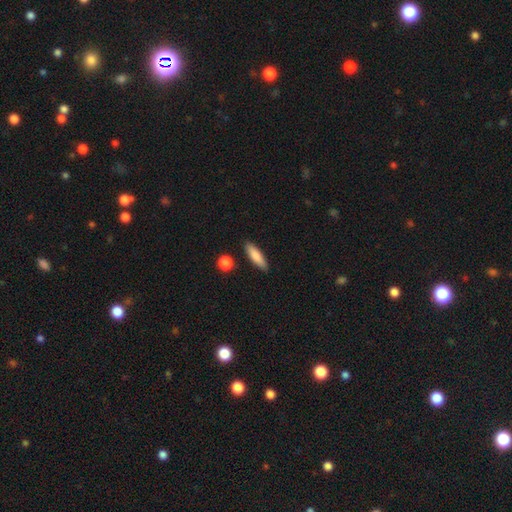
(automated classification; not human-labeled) Smooth or featured: smooth — 82% (featured or disk — 12%)
How rounded: cigar-shaped — 63% (in between — 35%)
Merging: none — 87% (minor disturbance — 8%)